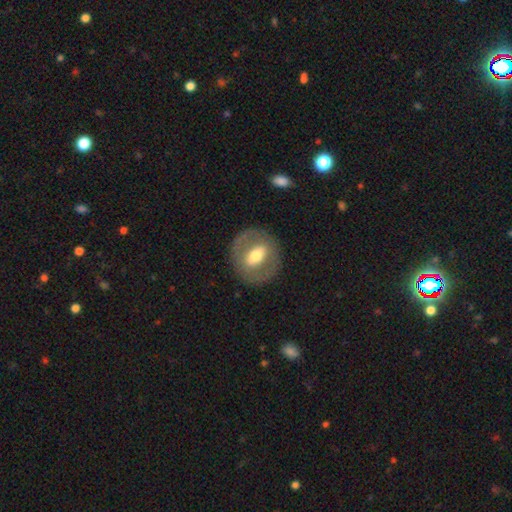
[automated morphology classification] The model was most divided on "bar": strong: 39%, weak: 35%, no: 27%. More confident: edge-on disk — no (91%); merging — none (83%); spiral arms — no (81%); bulge size — moderate (66%); smooth or featured — featured or disk (55%).